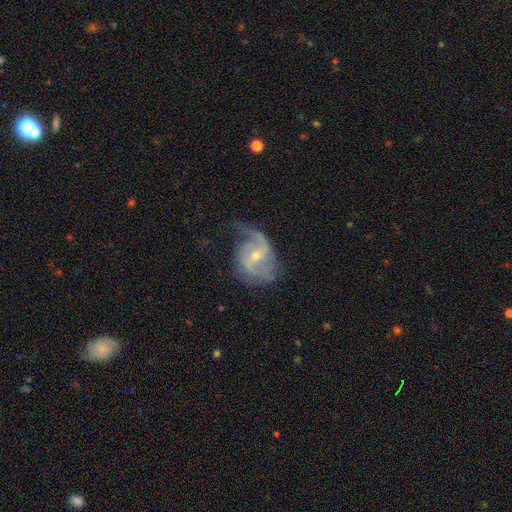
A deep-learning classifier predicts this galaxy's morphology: Q: Smooth or featured?
A: featured or disk (86%); runner-up: smooth (8%)
Q: Edge-on disk?
A: no (97%); runner-up: yes (3%)
Q: Bar?
A: weak (46%); runner-up: no (36%)
Q: Spiral arms?
A: yes (95%); runner-up: no (5%)
Q: Spiral winding?
A: medium (44%); runner-up: loose (40%)
Q: Spiral arm count?
A: 2 (75%); runner-up: can't tell (8%)
Q: Bulge size?
A: small (61%); runner-up: moderate (36%)
Q: Merging?
A: none (57%); runner-up: minor disturbance (26%)